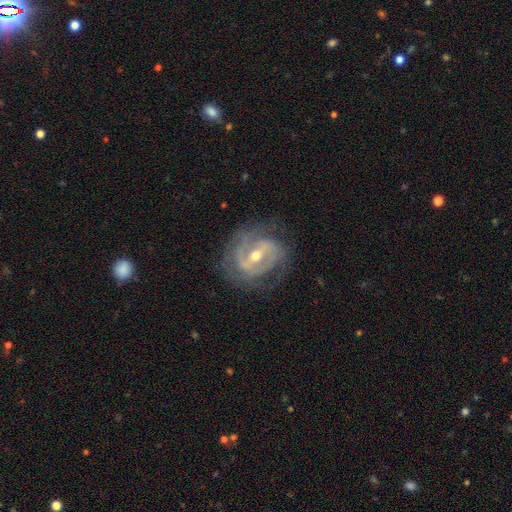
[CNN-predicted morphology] This is clearly a featured or disk galaxy (88%). It is clearly not viewed edge-on (96%). Bar: possibly strong (52%). Spiral arm pattern: clearly yes (90%). Spiral arm count: possibly 2 (57%). Spiral winding: possibly tight (48%). Central bulge: possibly moderate (59%). Merging: likely none (72%).